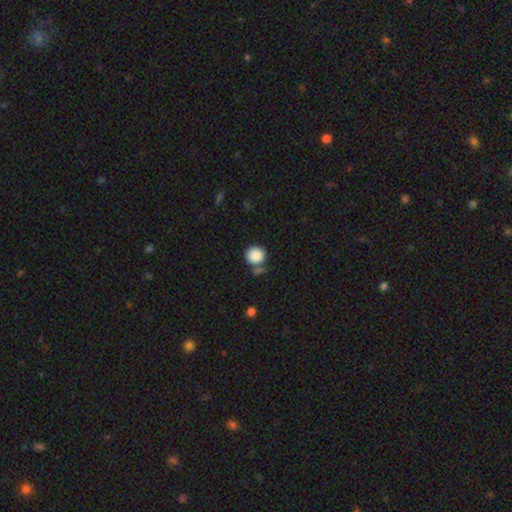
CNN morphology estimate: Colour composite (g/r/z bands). It shows a smooth galaxy with no disk features (88%) that is round (88%). Merging: none (68%).